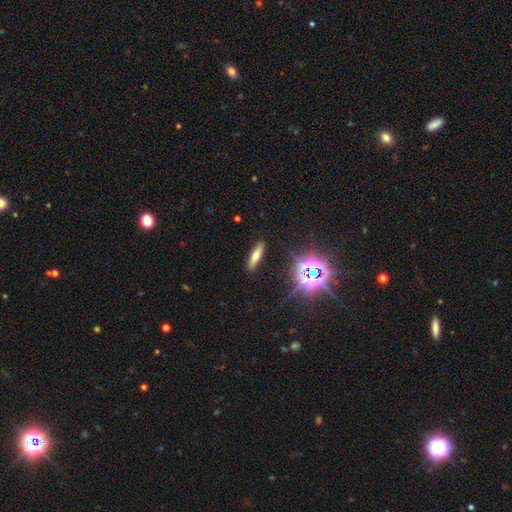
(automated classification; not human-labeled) Smooth or featured: smooth — 54% (featured or disk — 26%)
How rounded: cigar-shaped — 66% (in between — 30%)
Merging: none — 89% (minor disturbance — 7%)